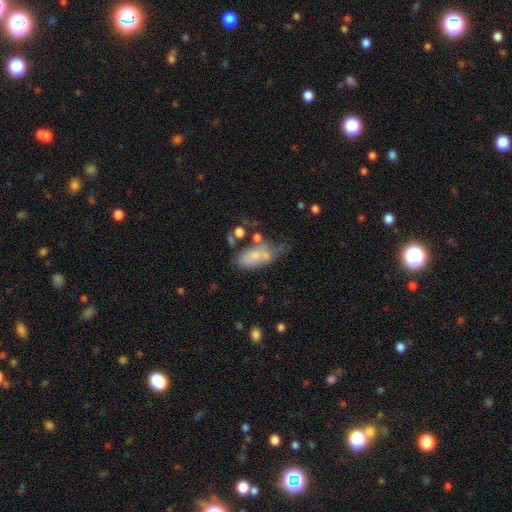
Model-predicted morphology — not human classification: A smooth galaxy with no disk features (62%) that is in between round and cigar-shaped (88%).

Vote fractions:
- Smooth or featured? smooth: 62% / featured or disk: 28% / star or artifact: 10%
- How rounded? in between: 88% / cigar-shaped: 8% / round: 4%
- Merging? minor disturbance: 27% / major disturbance: 26% / none: 24% / merger: 22%